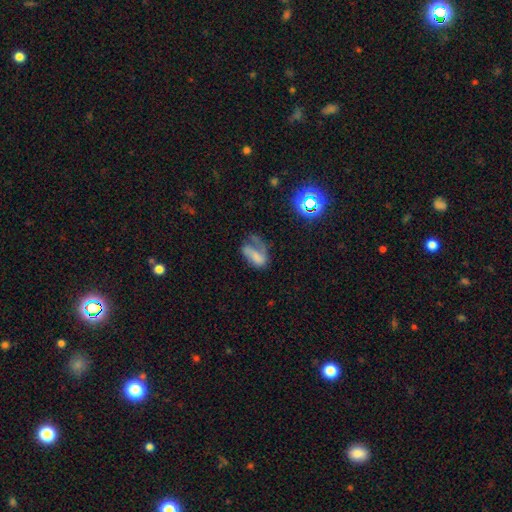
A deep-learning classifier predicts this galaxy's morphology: The model was most divided on "smooth or featured": featured or disk: 45%, smooth: 43%, star or artifact: 12%. Remaining: merging — major disturbance (48%).